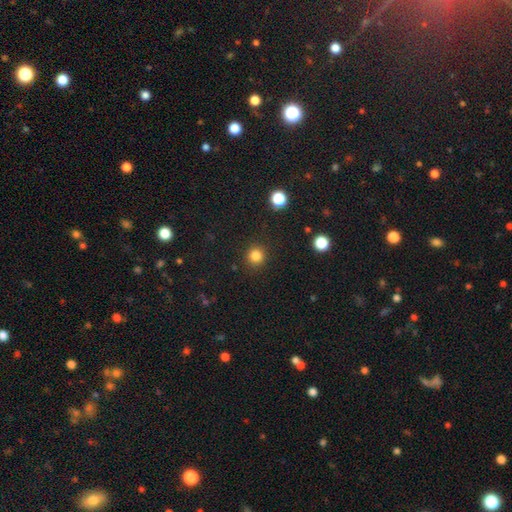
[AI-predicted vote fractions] This appears to be a smooth galaxy with no disk features (83%) that is round (93%). Merging: none (91%).